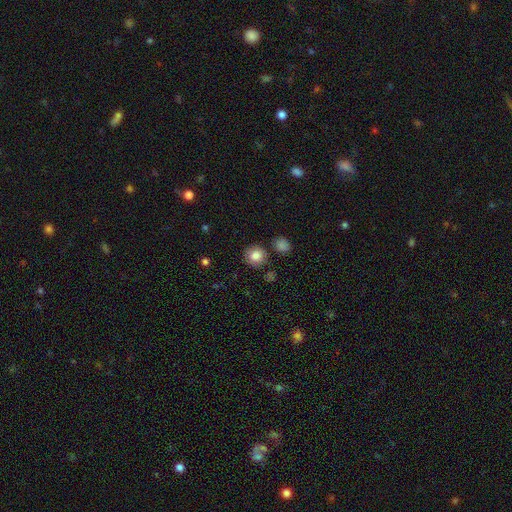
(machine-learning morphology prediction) Overall: smooth (83%). How rounded: round (89%). Merging: none (86%).